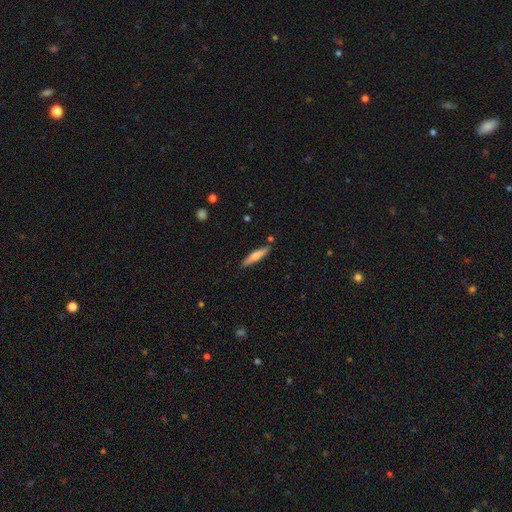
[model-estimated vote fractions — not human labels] Morphology: type=smooth (55%); roundness=cigar-shaped (87%); merging=none (85%).